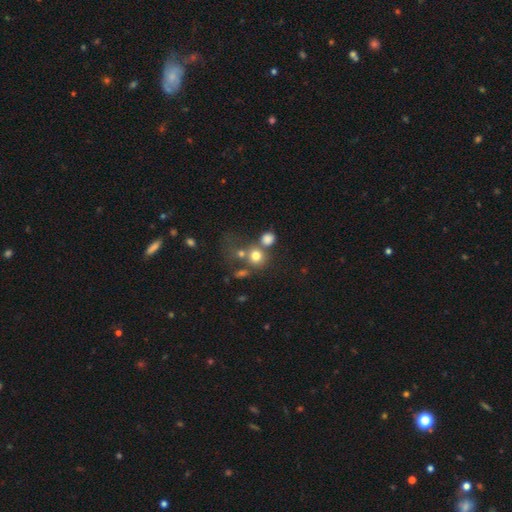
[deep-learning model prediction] smooth_or_featured: smooth (p=0.74) [alt: star or artifact p=0.15]
how_rounded: round (p=0.82) [alt: in between p=0.17]
merging: none (p=0.48) [alt: merger p=0.33]